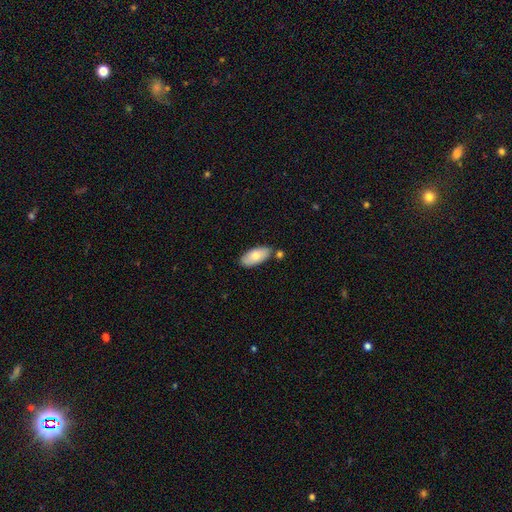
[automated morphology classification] This is likely a smooth galaxy (77%). How rounded: clearly in between (92%). Merging: likely none (73%).